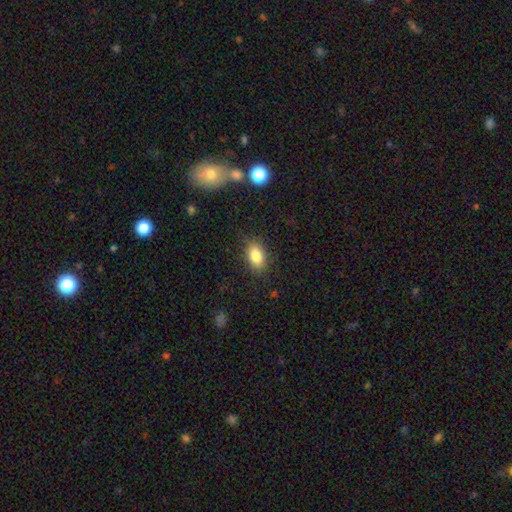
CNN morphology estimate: This is clearly a smooth galaxy (82%). How rounded: clearly in between (87%). Merging: clearly none (84%).